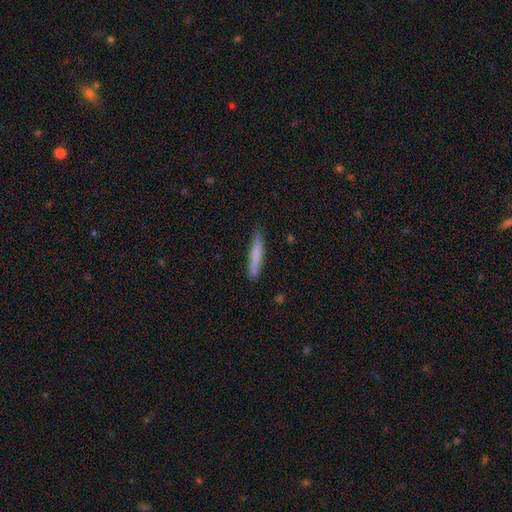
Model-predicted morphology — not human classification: Smooth or featured? smooth (79%)
How rounded? cigar-shaped (93%)
Merging? none (81%)